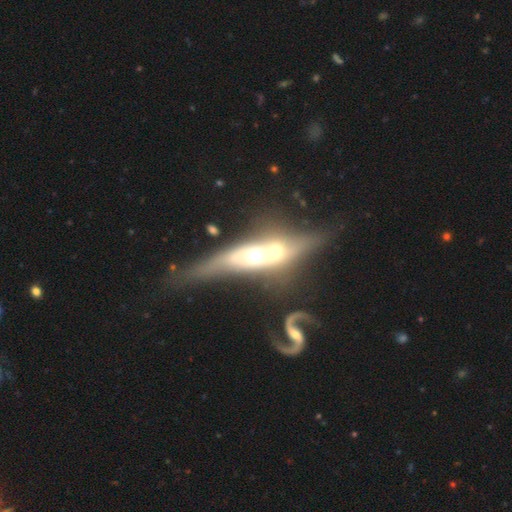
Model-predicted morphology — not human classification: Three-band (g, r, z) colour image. It shows a featured or disk galaxy (68%). Merging: merger (61%).